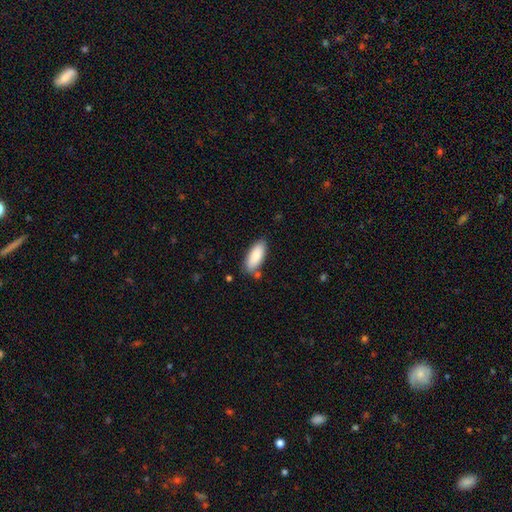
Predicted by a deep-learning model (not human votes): Morphology: type=smooth (87%); roundness=in between (80%); merging=none (78%).